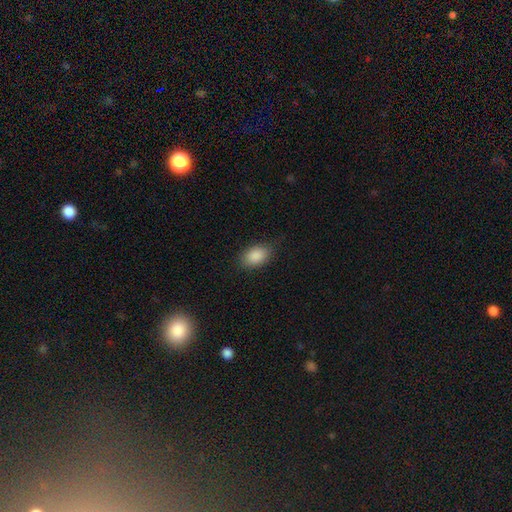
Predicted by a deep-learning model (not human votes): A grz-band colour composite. It shows a smooth galaxy with no disk features (89%) that is in between round and cigar-shaped (86%). Merging: none (82%).